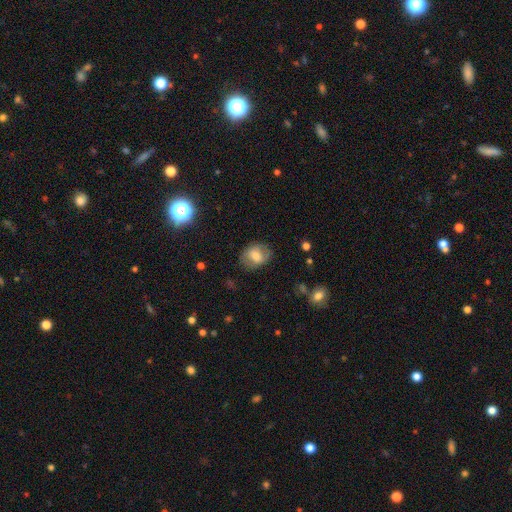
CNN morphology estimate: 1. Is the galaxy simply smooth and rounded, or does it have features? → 62% smooth, 29% featured or disk, 8% star or artifact.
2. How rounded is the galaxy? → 65% in between, 34% round, 1% cigar-shaped.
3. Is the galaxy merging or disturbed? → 75% none, 17% minor disturbance, 7% major disturbance, 1% merger.